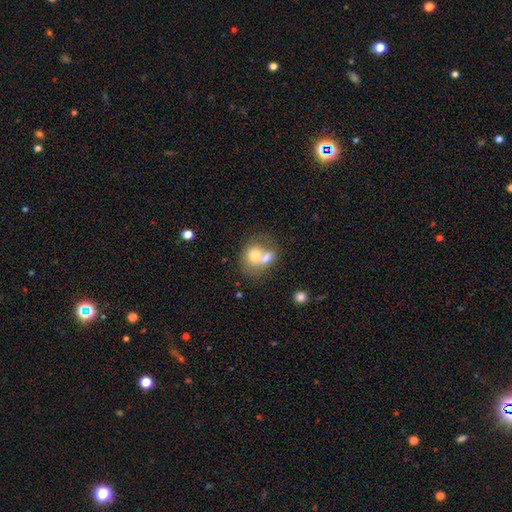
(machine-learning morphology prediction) A smooth galaxy with no disk features (66%) that is round (62%).

Vote fractions:
- Smooth or featured? smooth: 66% / featured or disk: 25% / star or artifact: 9%
- How rounded? round: 62% / in between: 38% / cigar-shaped: 1%
- Merging? merger: 63% / none: 23% / minor disturbance: 8% / major disturbance: 5%